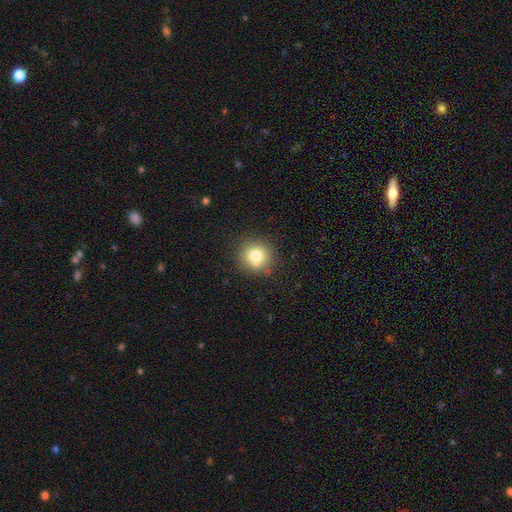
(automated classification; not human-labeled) Smooth or featured?
  - smooth: 76% *
  - star or artifact: 12%
  - featured or disk: 11%
How rounded?
  - round: 89% *
  - in between: 10%
  - cigar-shaped: 1%
Merging?
  - none: 79% *
  - minor disturbance: 13%
  - merger: 5%
  - major disturbance: 4%